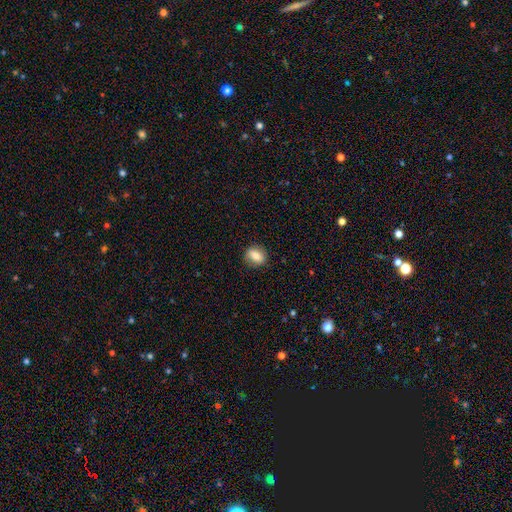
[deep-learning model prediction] smooth_or_featured: smooth (p=0.73) [alt: featured or disk p=0.18]
how_rounded: in between (p=0.53) [alt: round p=0.45]
merging: none (p=0.82) [alt: minor disturbance p=0.14]